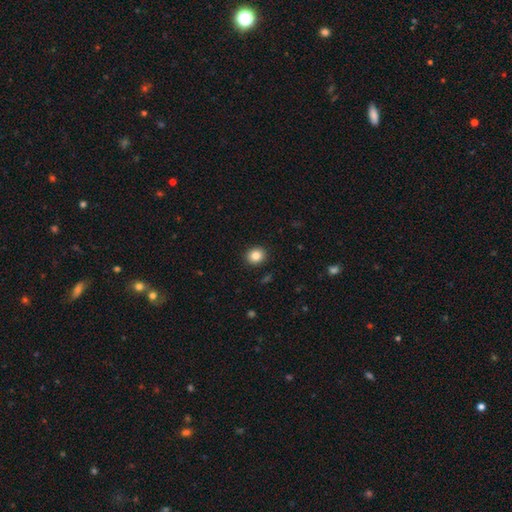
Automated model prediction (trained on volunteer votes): Smooth or featured: smooth — 85% (star or artifact — 10%)
How rounded: round — 73% (in between — 26%)
Merging: none — 91% (minor disturbance — 6%)